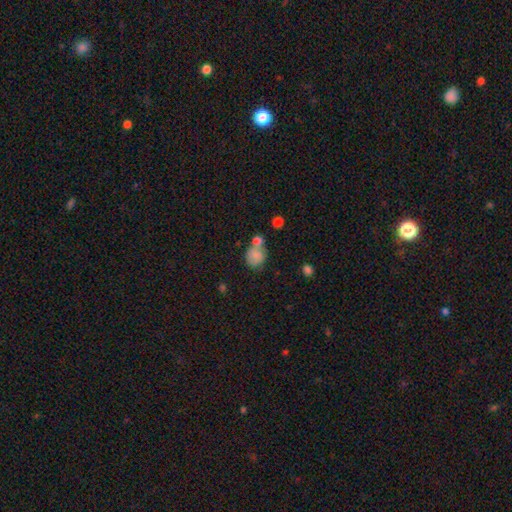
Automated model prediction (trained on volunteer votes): The model was most divided on "merging": merger: 38%, none: 37%, minor disturbance: 17%, major disturbance: 8%. More confident: smooth or featured — smooth (75%); how rounded — round (66%).